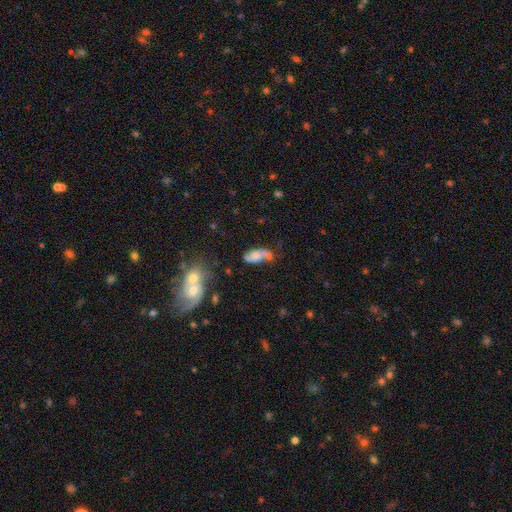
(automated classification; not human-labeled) featured or disk 50%, smooth 41%, star or artifact 9%. Down the decision tree: edge-on disk — no (91%); merging — none (43%).